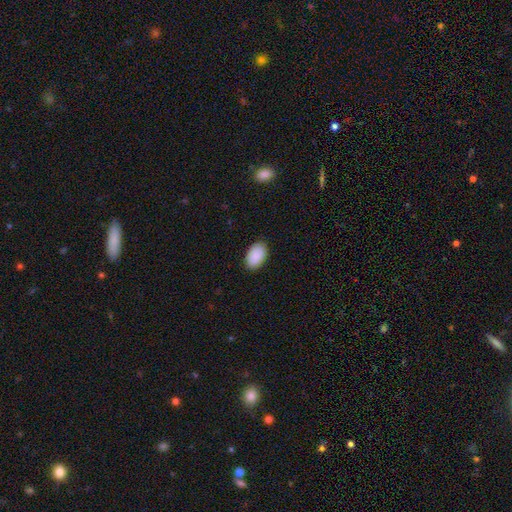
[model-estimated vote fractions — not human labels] smooth_or_featured: smooth (p=0.90) [alt: star or artifact p=0.06]
how_rounded: in between (p=0.93) [alt: round p=0.06]
merging: none (p=0.87) [alt: minor disturbance p=0.10]